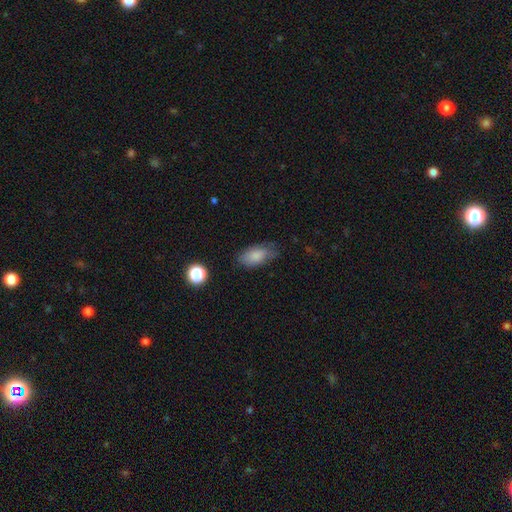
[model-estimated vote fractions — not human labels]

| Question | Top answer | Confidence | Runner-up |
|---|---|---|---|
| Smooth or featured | smooth | 82% | featured or disk (9%) |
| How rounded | in between | 90% | cigar-shaped (6%) |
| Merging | none | 66% | minor disturbance (26%) |